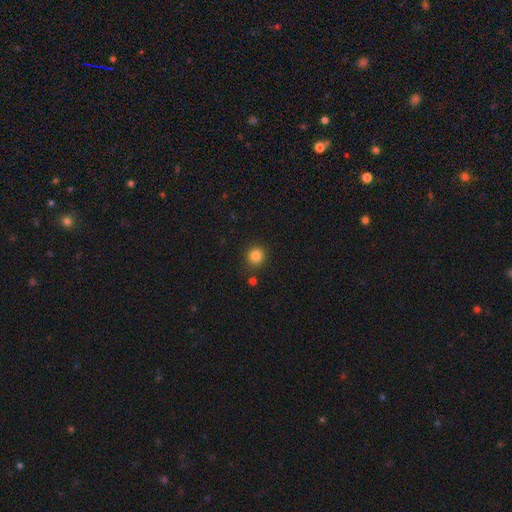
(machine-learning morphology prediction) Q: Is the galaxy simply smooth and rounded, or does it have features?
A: smooth — 84%.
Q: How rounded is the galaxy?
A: round — 91%.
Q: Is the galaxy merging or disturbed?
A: none — 85%.